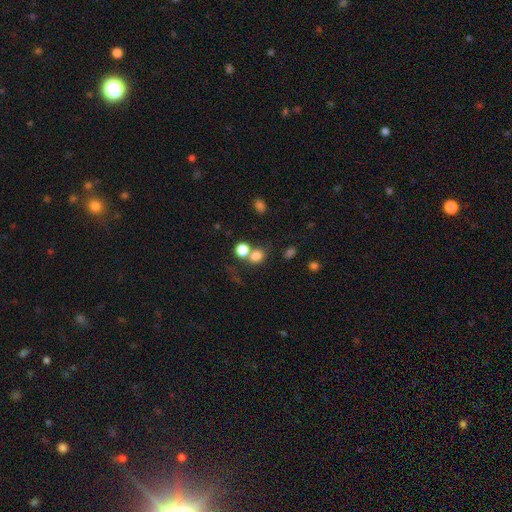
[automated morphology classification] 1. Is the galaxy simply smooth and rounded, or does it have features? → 78% smooth, 14% star or artifact, 8% featured or disk.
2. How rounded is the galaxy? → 73% round, 26% in between, 1% cigar-shaped.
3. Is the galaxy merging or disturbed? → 51% none, 34% merger, 10% minor disturbance, 6% major disturbance.